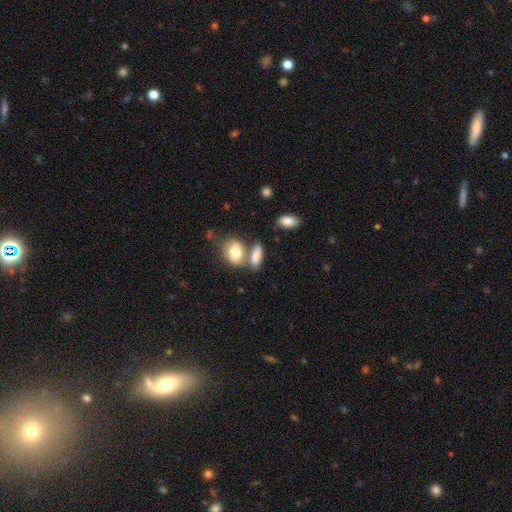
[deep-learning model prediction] smooth 80%, featured or disk 13%, star or artifact 7%. Down the decision tree: how rounded — in between (74%); merging — none (44%).